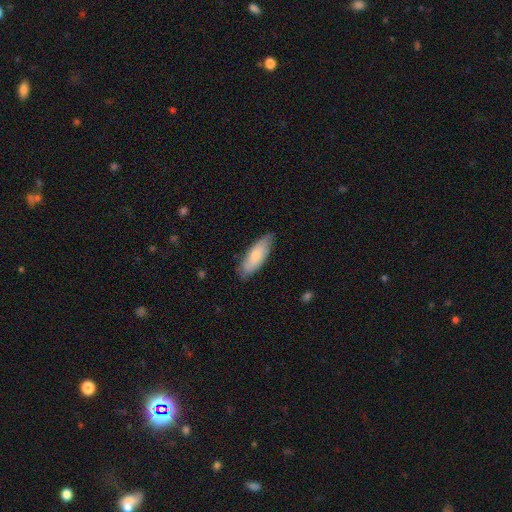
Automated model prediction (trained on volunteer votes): Q: Smooth or featured?
A: smooth (78%); runner-up: featured or disk (17%)
Q: How rounded?
A: in between (66%); runner-up: cigar-shaped (33%)
Q: Merging?
A: none (78%); runner-up: minor disturbance (18%)